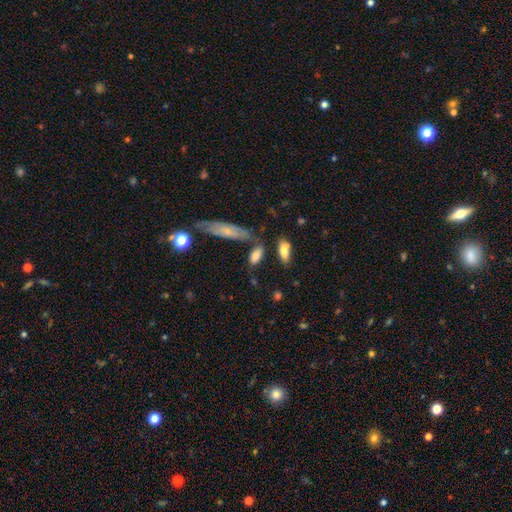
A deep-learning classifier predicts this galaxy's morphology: Smooth or featured? smooth (78%)
How rounded? in between (72%)
Merging? none (68%)